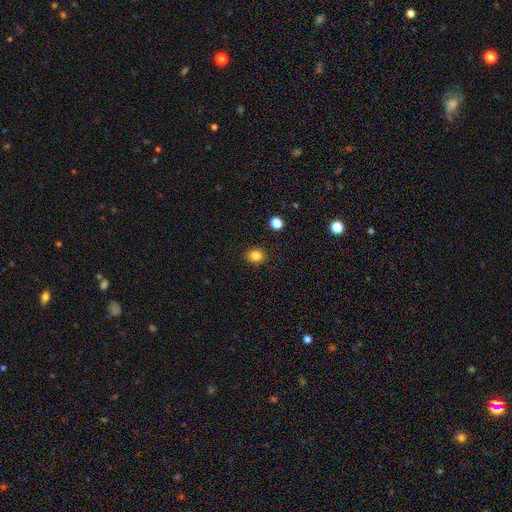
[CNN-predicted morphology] The model was most divided on "how rounded": round: 64%, in between: 35%, cigar-shaped: 1%. More confident: merging — none (89%); smooth or featured — smooth (83%).